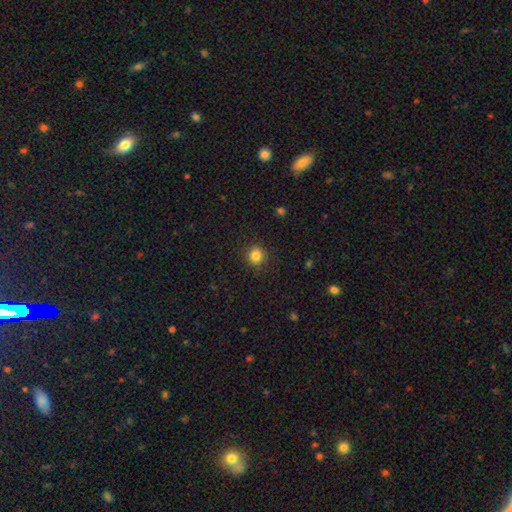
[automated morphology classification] smooth 84%, star or artifact 12%, featured or disk 5%. Down the decision tree: how rounded — round (89%); merging — none (89%).